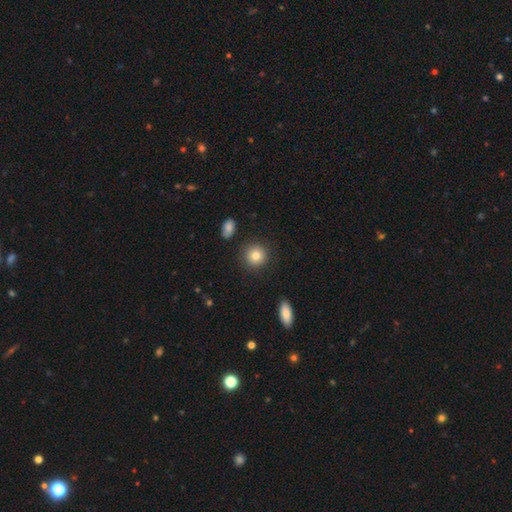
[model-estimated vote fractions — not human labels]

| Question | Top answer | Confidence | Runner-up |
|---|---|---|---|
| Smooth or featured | smooth | 82% | star or artifact (9%) |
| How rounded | round | 91% | in between (8%) |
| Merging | none | 89% | minor disturbance (7%) |